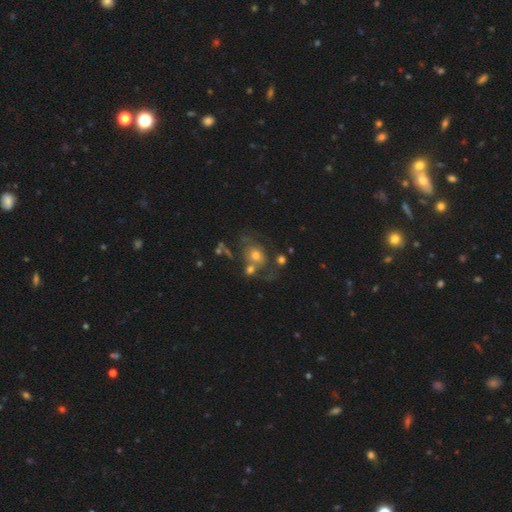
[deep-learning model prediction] Smooth or featured? Predicted: featured or disk (p=0.44). Merging? Predicted: none (p=0.35).